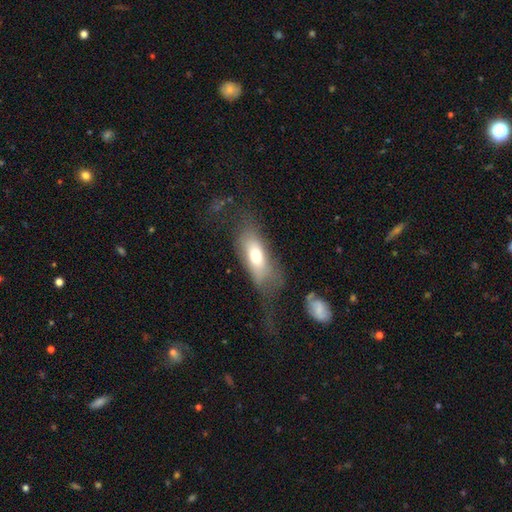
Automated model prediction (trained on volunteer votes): Smooth or featured: smooth — 66% (featured or disk — 26%)
How rounded: in between — 81% (cigar-shaped — 14%)
Merging: none — 37% (major disturbance — 36%)